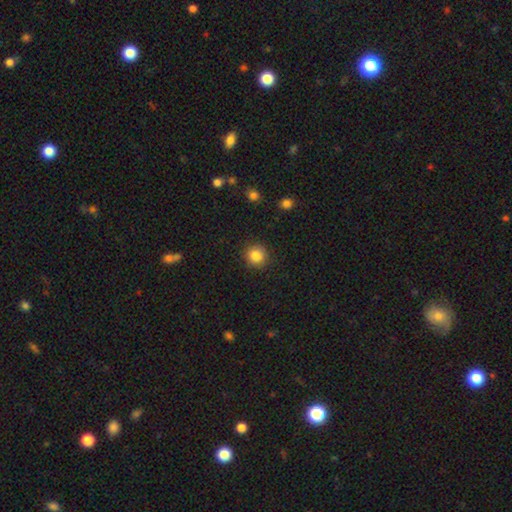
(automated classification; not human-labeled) This appears to be a smooth galaxy with no disk features (85%) that is round (93%). Merging: none (91%).